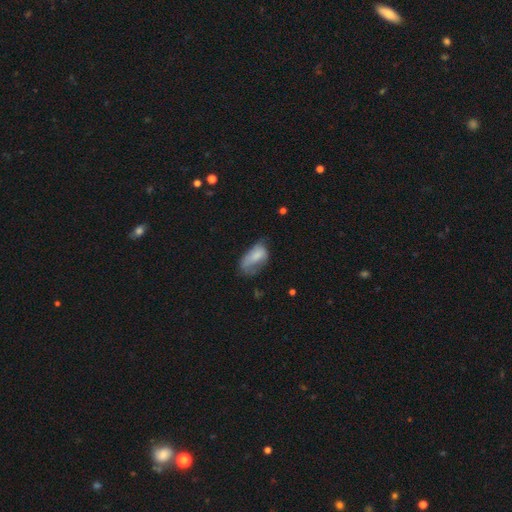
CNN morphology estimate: Smooth or featured? Predicted: smooth (p=0.70). How rounded? Predicted: in between (p=0.92). Merging? Predicted: major disturbance (p=0.37).